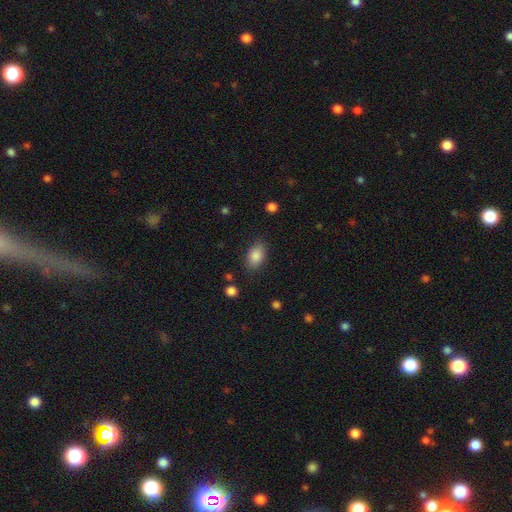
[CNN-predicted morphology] smooth_or_featured: smooth (p=0.87) [alt: star or artifact p=0.08]
how_rounded: in between (p=0.88) [alt: round p=0.10]
merging: none (p=0.83) [alt: minor disturbance p=0.12]